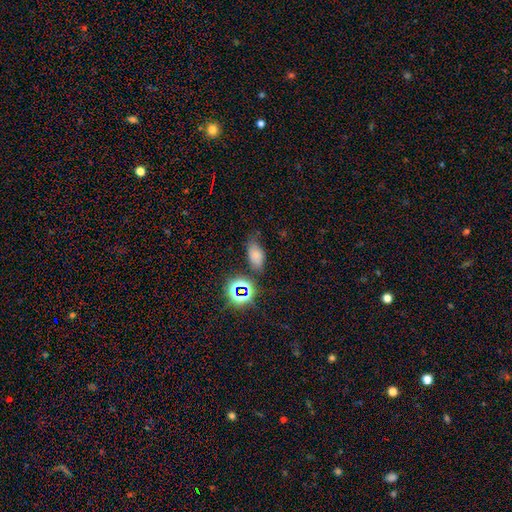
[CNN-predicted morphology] The model was most divided on "merging": none: 64%, minor disturbance: 24%, major disturbance: 7%, merger: 5%. More confident: how rounded — in between (88%); smooth or featured — smooth (65%).